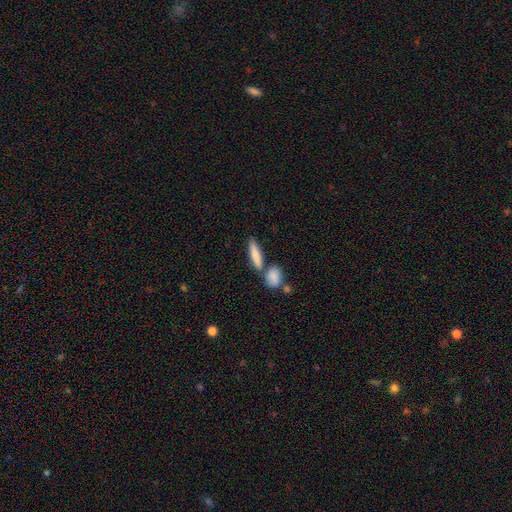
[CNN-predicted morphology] smooth-or-featured: smooth: 81% | featured or disk: 13% | star or artifact: 6%
  how-rounded: cigar-shaped: 66% | in between: 30% | round: 4%
  merging: none: 65% | merger: 21% | minor disturbance: 11% | major disturbance: 3%